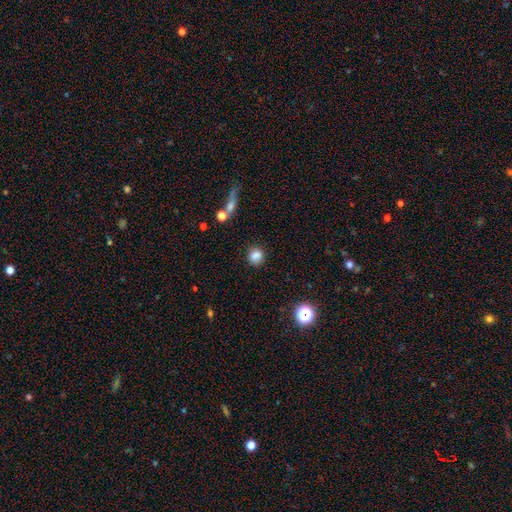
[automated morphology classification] Q: Smooth or featured?
A: smooth (81%); runner-up: star or artifact (11%)
Q: How rounded?
A: round (72%); runner-up: in between (27%)
Q: Merging?
A: none (78%); runner-up: minor disturbance (12%)